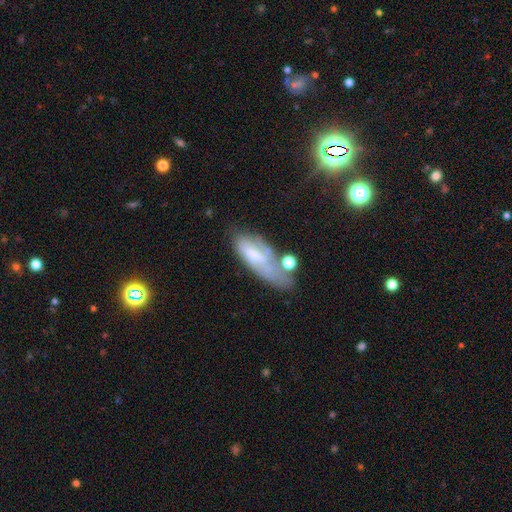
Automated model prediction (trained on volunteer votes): The model was most divided on "smooth or featured": smooth: 47%, featured or disk: 43%, star or artifact: 10%. Remaining: merging — none (38%).